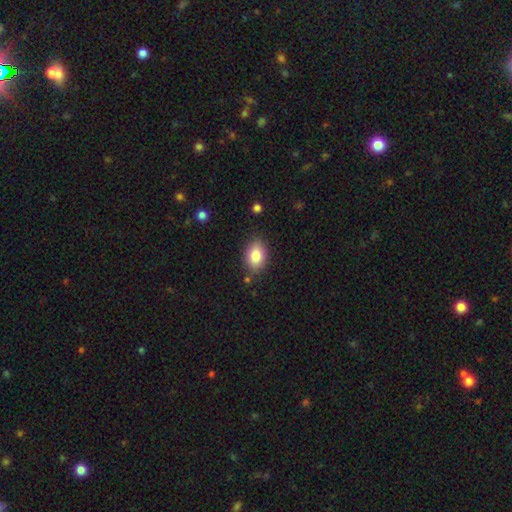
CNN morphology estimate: A smooth galaxy with no disk features (82%) that is in between round and cigar-shaped (79%). Merging: none (83%).